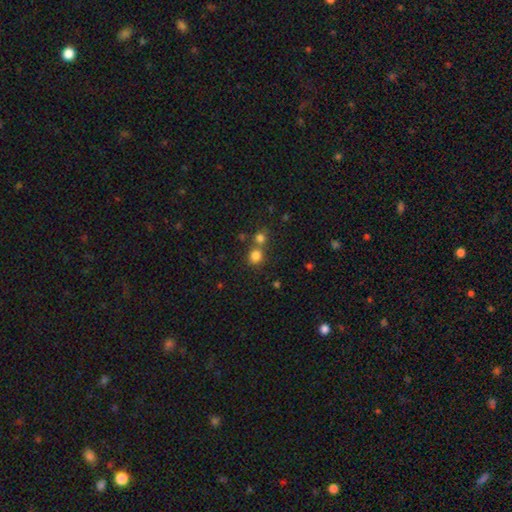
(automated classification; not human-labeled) smooth-or-featured: smooth: 80% | star or artifact: 14% | featured or disk: 6%
  how-rounded: round: 85% | in between: 14% | cigar-shaped: 1%
  merging: none: 60% | merger: 31% | minor disturbance: 7% | major disturbance: 3%